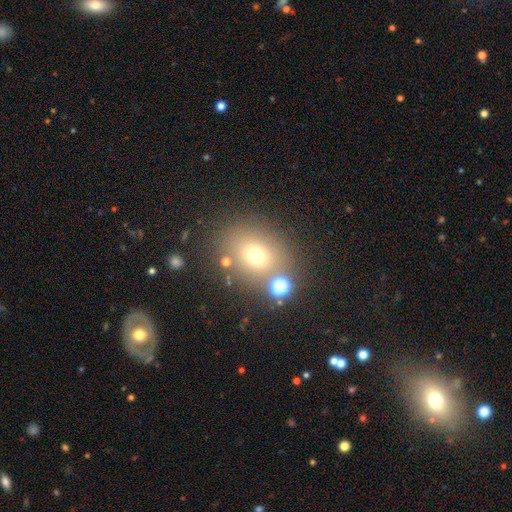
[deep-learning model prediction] This appears to be a smooth galaxy with no disk features (67%) that is round (63%). Merging: none (75%).